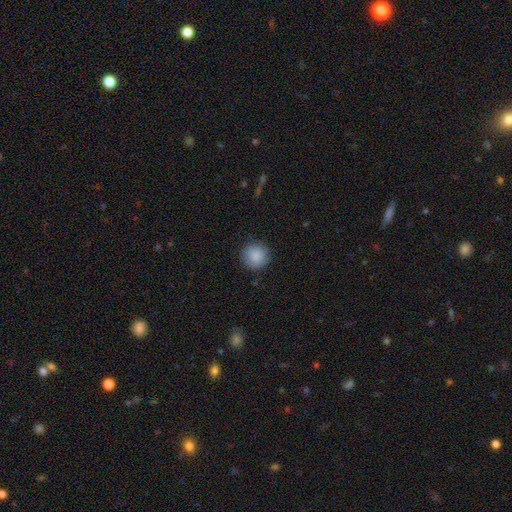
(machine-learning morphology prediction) type=smooth (88%); roundness=round (94%); merging=none (89%).